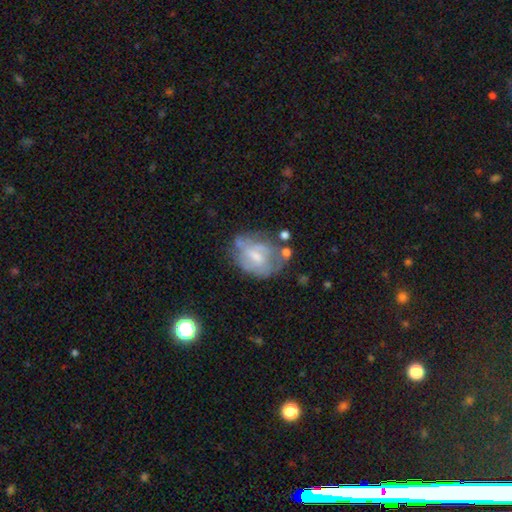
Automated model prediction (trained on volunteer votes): Smooth or featured?
  - featured or disk: 55% *
  - smooth: 37%
  - star or artifact: 8%
Edge-on disk?
  - no: 97% *
  - yes: 3%
Bar?
  - no: 45% * (tied)
  - weak: 45% * (tied)
  - strong: 10%
Spiral arms?
  - no: 52% *
  - yes: 48%
Bulge size?
  - small: 43% *
  - moderate: 38%
  - none: 14%
  - large: 3%
  - dominant: 1%
Merging?
  - none: 41% *
  - minor disturbance: 27%
  - major disturbance: 21%
  - merger: 10%